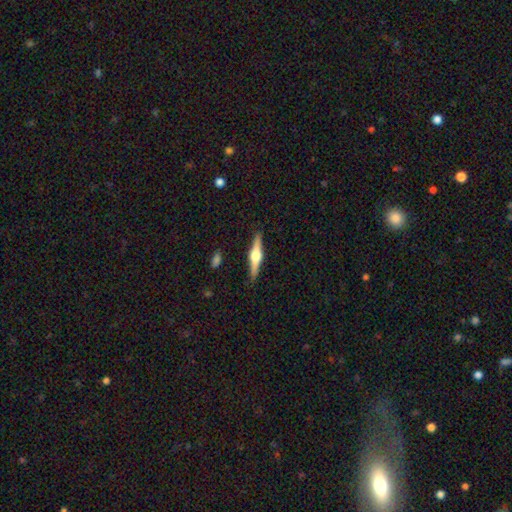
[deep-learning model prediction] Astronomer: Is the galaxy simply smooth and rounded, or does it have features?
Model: featured or disk — 72%.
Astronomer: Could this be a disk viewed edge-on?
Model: yes — 98%.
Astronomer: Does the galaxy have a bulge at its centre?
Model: rounded — 93%.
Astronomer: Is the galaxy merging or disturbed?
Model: none — 89%.